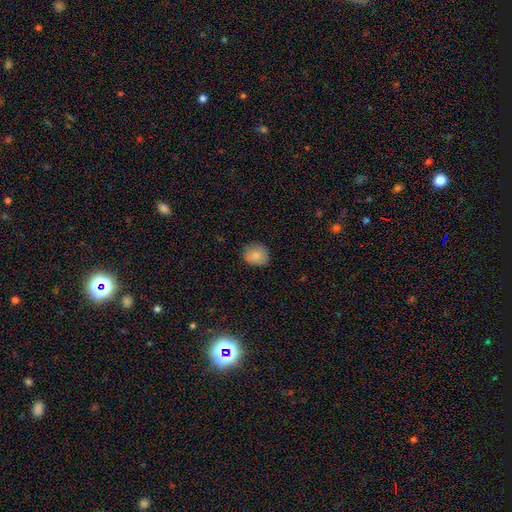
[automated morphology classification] Smooth or featured? smooth (85%)
How rounded? round (70%)
Merging? none (82%)